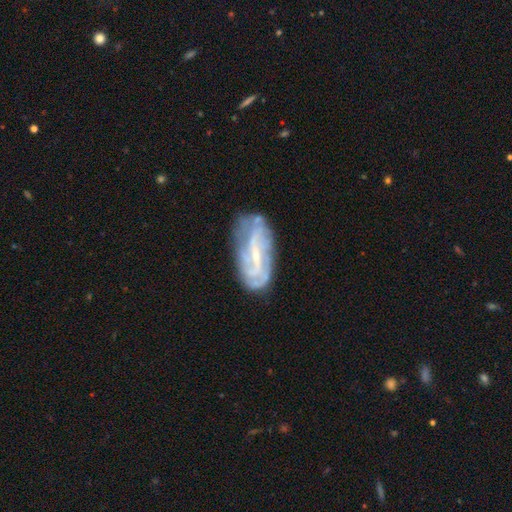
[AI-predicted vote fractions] smooth-or-featured: featured or disk: 81% | smooth: 12% | star or artifact: 7%
  disk-edge-on: no: 93% | yes: 7%
    bar: weak: 45% | strong: 33% | no: 22%
    has-spiral-arms: yes: 90% | no: 10%
      spiral-winding: tight: 39% | medium: 37% | loose: 23%
      spiral-arm-count: 2: 35% | can't tell: 31% | 3: 15% | 4: 9% | 1: 5% | more than 4: 5%
    bulge-size: small: 69% | moderate: 20% | none: 9% | large: 1% | dominant: 1%
  merging: none: 67% | minor disturbance: 22% | major disturbance: 9% | merger: 3%